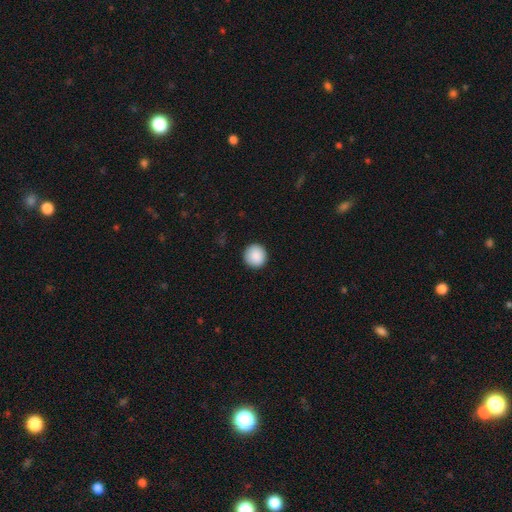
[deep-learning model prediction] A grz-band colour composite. It shows a smooth galaxy with no disk features (89%) that is round (95%). Merging: none (93%).